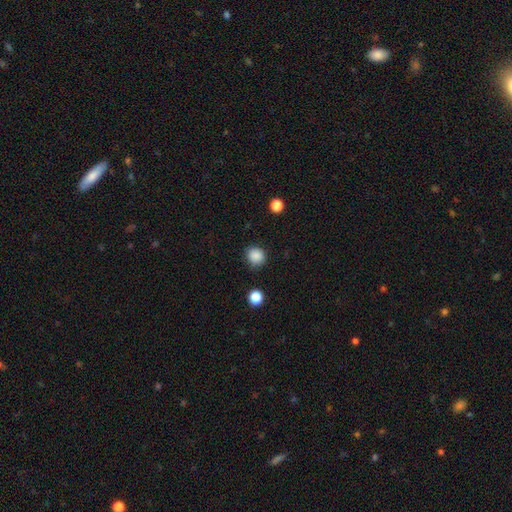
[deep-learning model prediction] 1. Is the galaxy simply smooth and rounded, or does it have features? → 87% smooth, 10% star or artifact, 3% featured or disk.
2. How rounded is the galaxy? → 81% round, 18% in between, 1% cigar-shaped.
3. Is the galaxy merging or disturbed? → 82% none, 13% minor disturbance, 3% major disturbance, 2% merger.